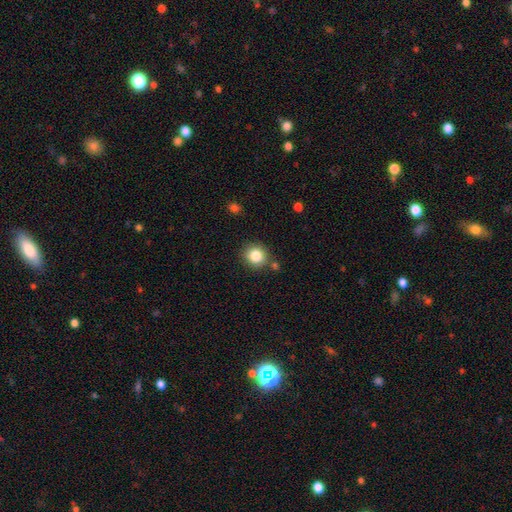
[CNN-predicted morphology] Overall: smooth (84%). How rounded: round (86%). Merging: none (83%).